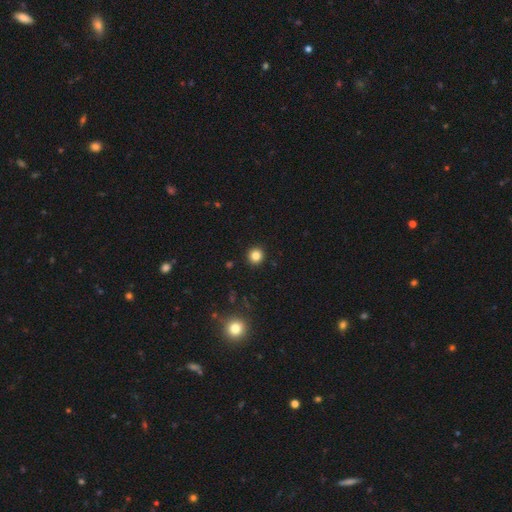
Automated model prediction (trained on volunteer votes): This appears to be a smooth galaxy with no disk features (83%) that is round (95%). Merging: none (93%).